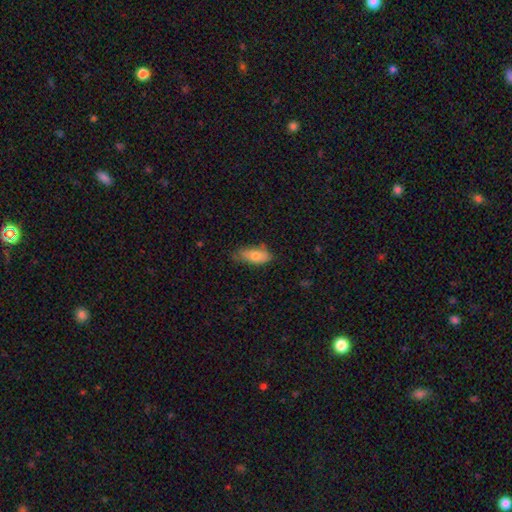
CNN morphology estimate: smooth-or-featured: smooth: 77% | featured or disk: 16% | star or artifact: 7%
  how-rounded: in between: 81% | cigar-shaped: 17% | round: 2%
  merging: none: 63% | minor disturbance: 30% | major disturbance: 6% | merger: 2%